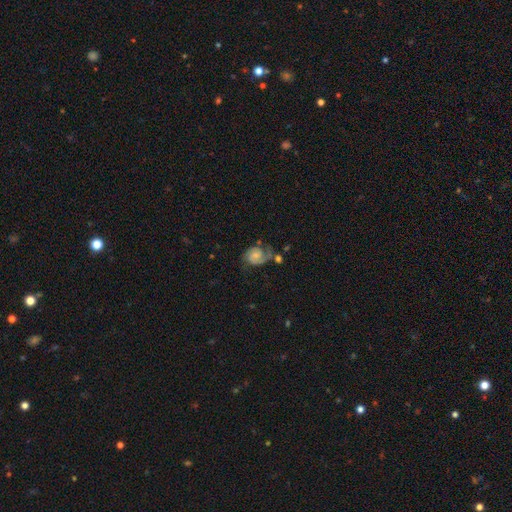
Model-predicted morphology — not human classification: Q: Smooth or featured?
A: featured or disk (77%); runner-up: smooth (16%)
Q: Edge-on disk?
A: no (98%); runner-up: yes (2%)
Q: Bar?
A: no (65%); runner-up: weak (30%)
Q: Spiral arms?
A: yes (95%); runner-up: no (5%)
Q: Spiral winding?
A: medium (43%); runner-up: tight (40%)
Q: Spiral arm count?
A: 2 (71%); runner-up: 1 (18%)
Q: Bulge size?
A: small (50%); runner-up: moderate (27%)
Q: Merging?
A: none (49%); runner-up: minor disturbance (23%)